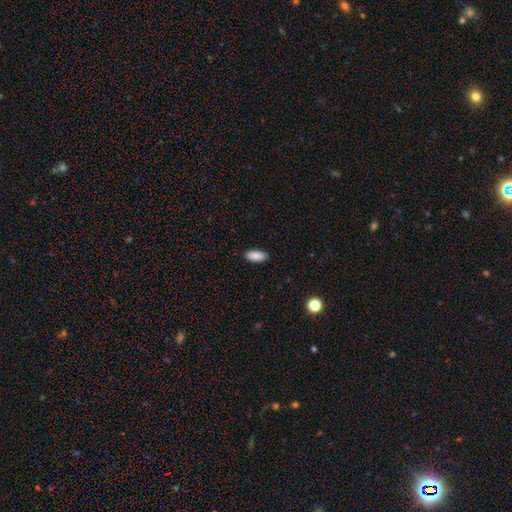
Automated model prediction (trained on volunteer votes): This is clearly a smooth galaxy (89%). How rounded: clearly in between (87%). Merging: clearly none (89%).